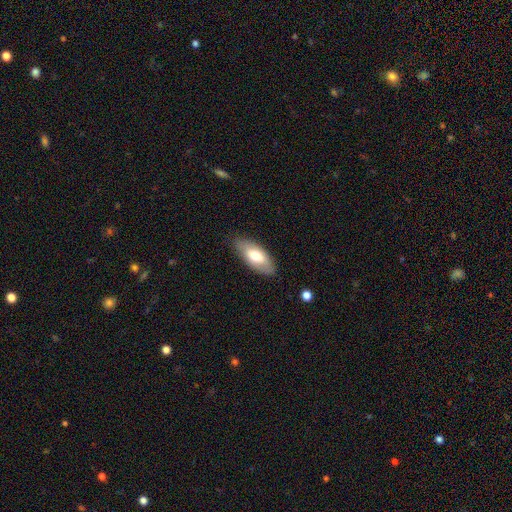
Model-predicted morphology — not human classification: smooth 67%, featured or disk 27%, star or artifact 6%. Down the decision tree: how rounded — in between (87%); merging — none (82%).